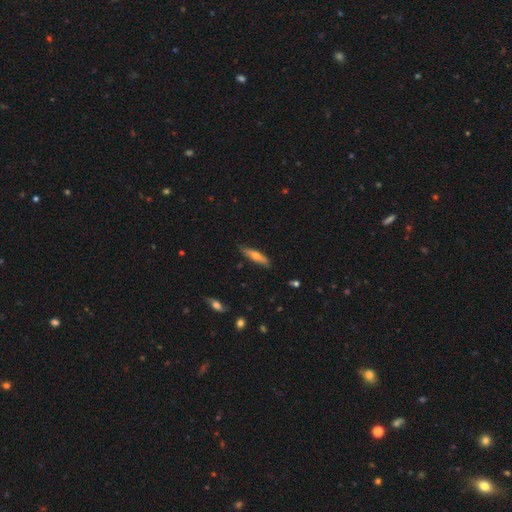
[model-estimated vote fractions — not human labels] Overall: smooth (56%; featured or disk 38%). How rounded: cigar-shaped (75%). Merging: none (84%).